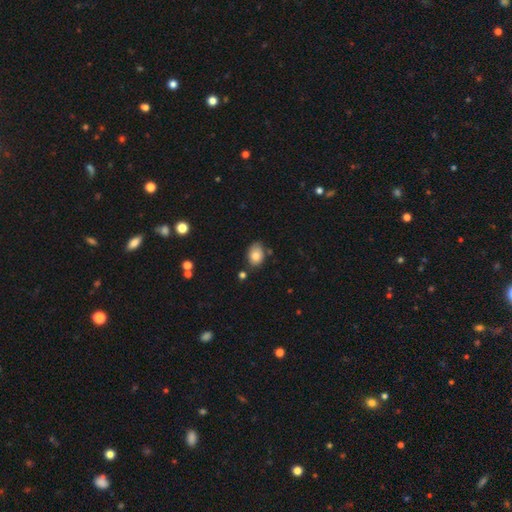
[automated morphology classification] A smooth galaxy with no disk features (79%) that is in between round and cigar-shaped (78%). Merging: none (70%).